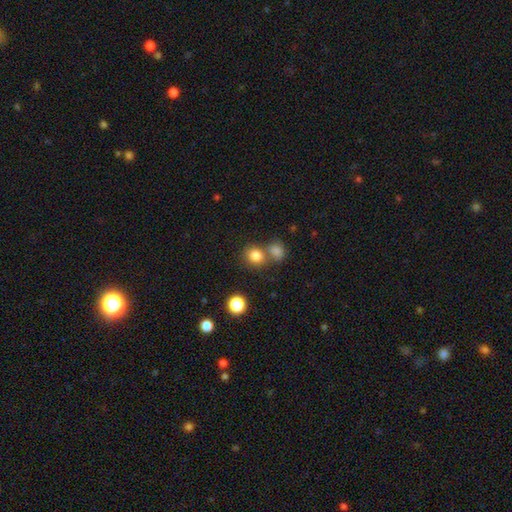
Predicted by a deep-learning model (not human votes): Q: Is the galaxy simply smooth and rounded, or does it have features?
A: smooth — 80%.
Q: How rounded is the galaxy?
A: round — 81%.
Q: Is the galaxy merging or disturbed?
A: none — 59%.